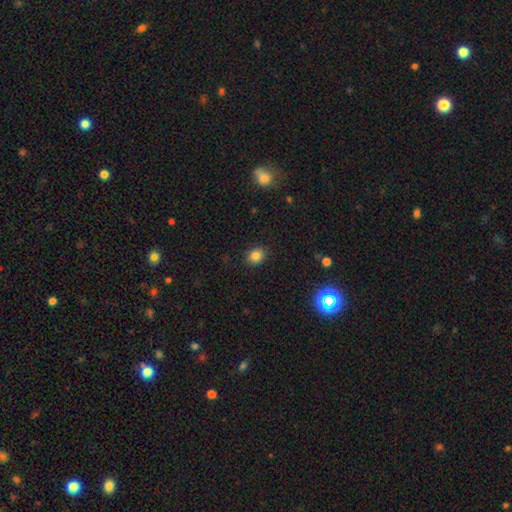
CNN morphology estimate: The model was most divided on "how rounded": round: 57%, in between: 42%, cigar-shaped: 1%. More confident: merging — none (88%); smooth or featured — smooth (82%).